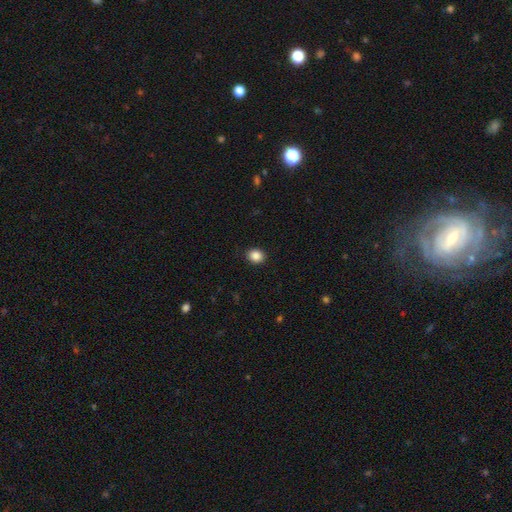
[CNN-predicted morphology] type=smooth (88%); roundness=round (61%); merging=none (89%).